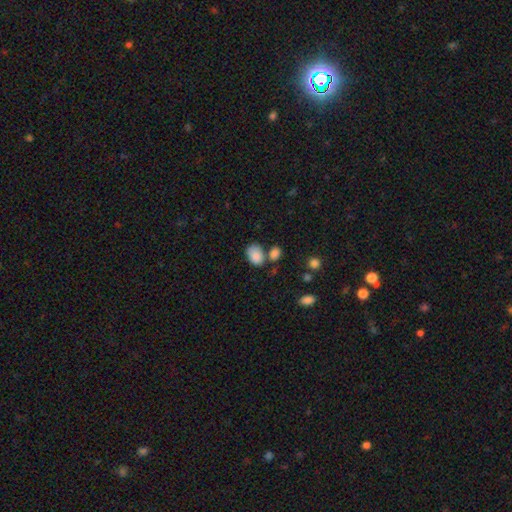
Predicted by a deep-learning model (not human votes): A smooth galaxy with no disk features (85%) that is in between round and cigar-shaped (78%). Merging: none (49%).